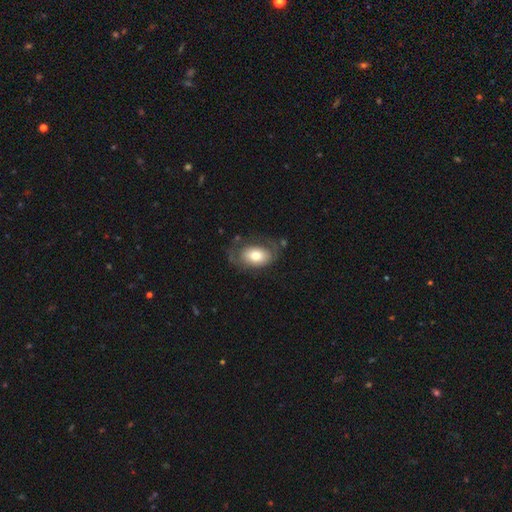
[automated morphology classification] Smooth or featured? smooth (61%)
How rounded? in between (86%)
Merging? none (54%)